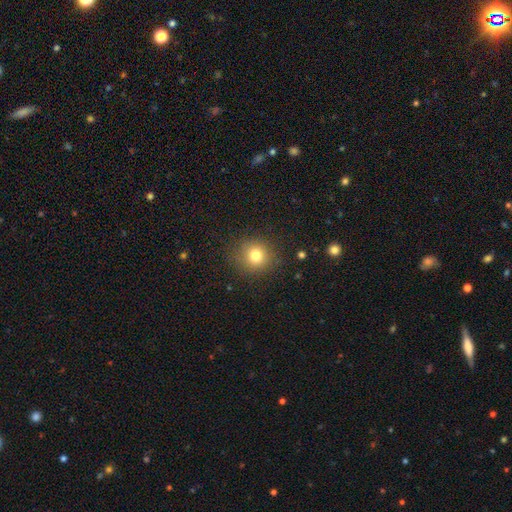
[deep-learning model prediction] Smooth or featured? Predicted: smooth (p=0.78). How rounded? Predicted: round (p=0.91). Merging? Predicted: none (p=0.86).